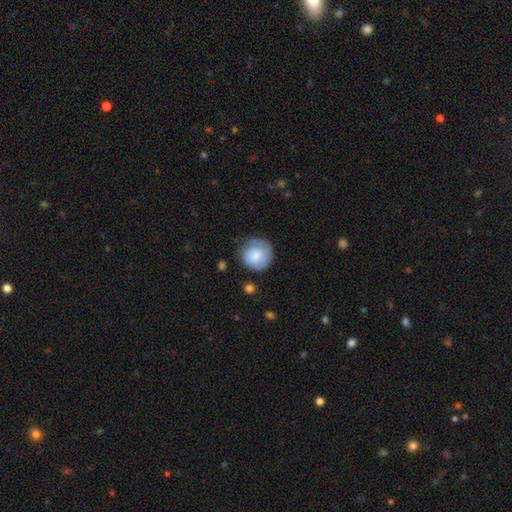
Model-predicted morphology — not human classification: This is likely a smooth galaxy (75%). How rounded: clearly round (91%). Merging: likely none (63%).